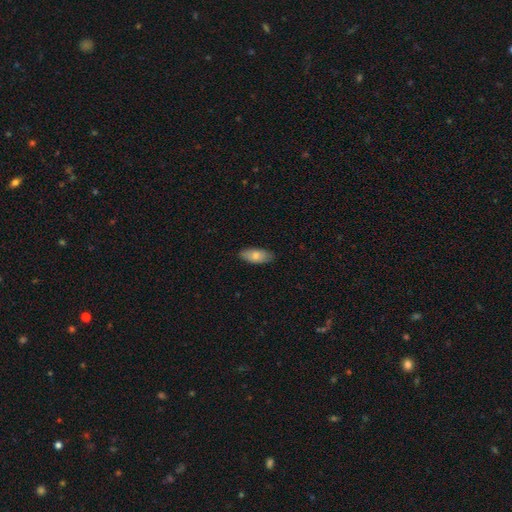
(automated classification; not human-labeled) Overall: smooth (80%). How rounded: in between (87%). Merging: none (85%).